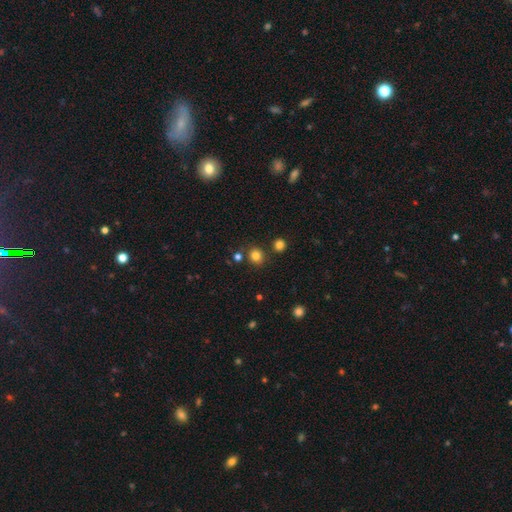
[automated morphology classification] Q: Smooth or featured?
A: smooth (81%); runner-up: star or artifact (14%)
Q: How rounded?
A: round (86%); runner-up: in between (13%)
Q: Merging?
A: none (83%); runner-up: minor disturbance (8%)